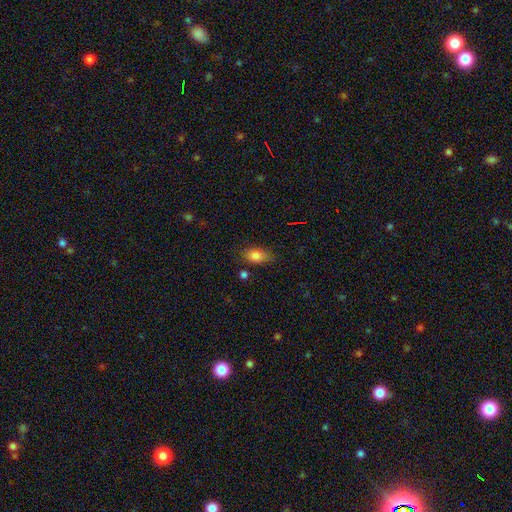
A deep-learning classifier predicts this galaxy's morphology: Q: Smooth or featured?
A: smooth (82%); runner-up: star or artifact (9%)
Q: How rounded?
A: in between (86%); runner-up: round (10%)
Q: Merging?
A: none (74%); runner-up: minor disturbance (19%)